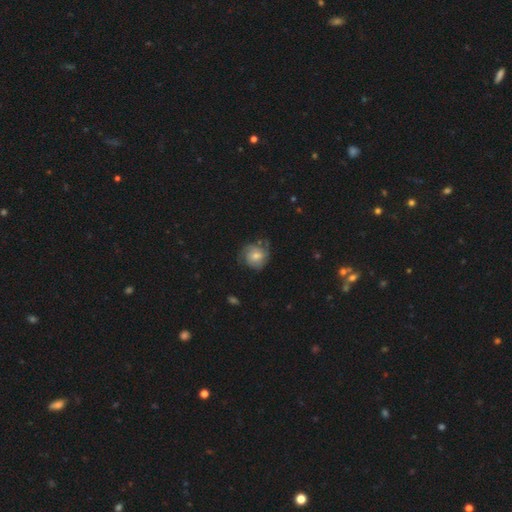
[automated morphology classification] Smooth or featured? featured or disk (53%)
Edge-on disk? no (97%)
Bar? no (66%)
Spiral arms? yes (85%)
Bulge size? moderate (56%)
Merging? none (63%)